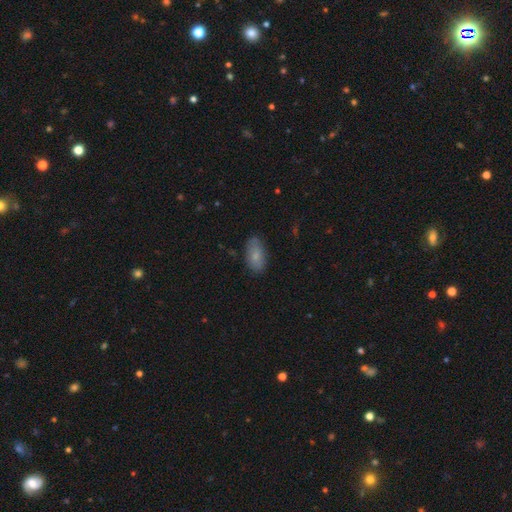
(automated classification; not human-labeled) Q: Smooth or featured?
A: smooth (77%); runner-up: featured or disk (16%)
Q: How rounded?
A: in between (92%); runner-up: cigar-shaped (4%)
Q: Merging?
A: none (78%); runner-up: minor disturbance (18%)